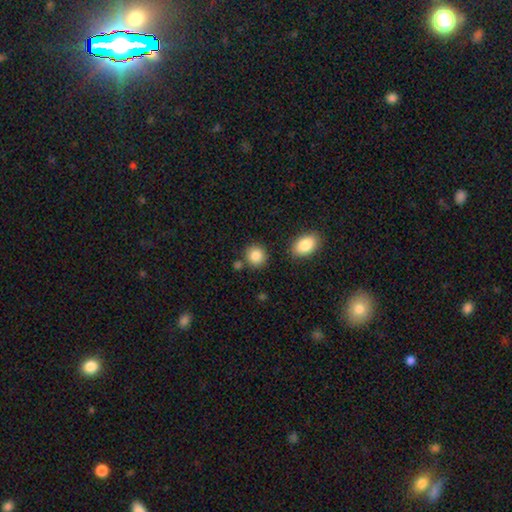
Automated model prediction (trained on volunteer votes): Smooth or featured: smooth — 87% (star or artifact — 8%)
How rounded: round — 85% (in between — 14%)
Merging: none — 81% (minor disturbance — 9%)